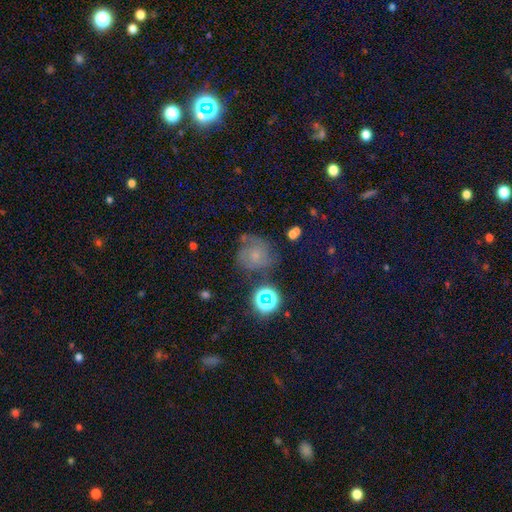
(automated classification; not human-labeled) The model was most divided on "smooth or featured": smooth: 43%, featured or disk: 35%, star or artifact: 22%. More confident: merging — none (57%).